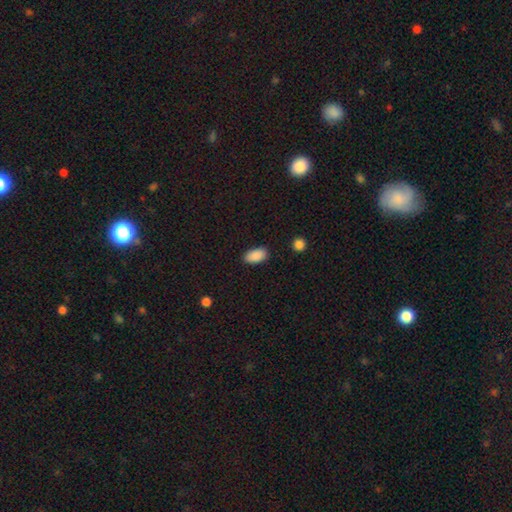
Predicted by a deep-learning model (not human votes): Smooth or featured? Predicted: smooth (p=0.90). How rounded? Predicted: in between (p=0.94). Merging? Predicted: none (p=0.87).